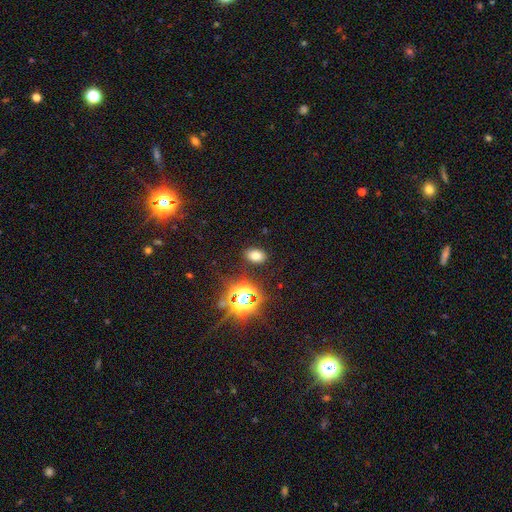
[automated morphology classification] smooth-or-featured: smooth: 68% | star or artifact: 22% | featured or disk: 9%
  how-rounded: in between: 80% | round: 19% | cigar-shaped: 1%
  merging: none: 87% | minor disturbance: 9% | major disturbance: 3% | merger: 2%